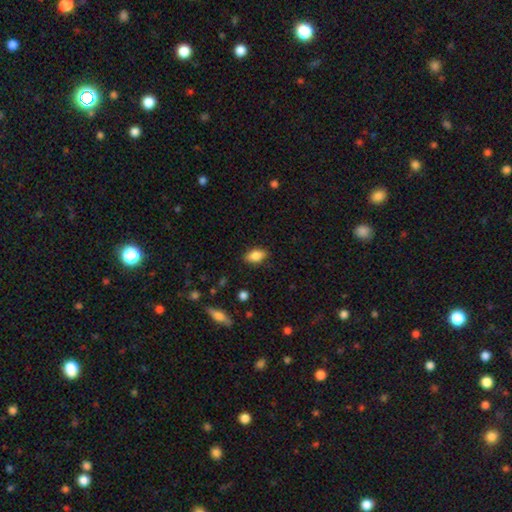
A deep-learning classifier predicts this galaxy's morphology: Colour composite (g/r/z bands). It shows a smooth galaxy with no disk features (80%) that is in between round and cigar-shaped (87%). Merging: none (85%).